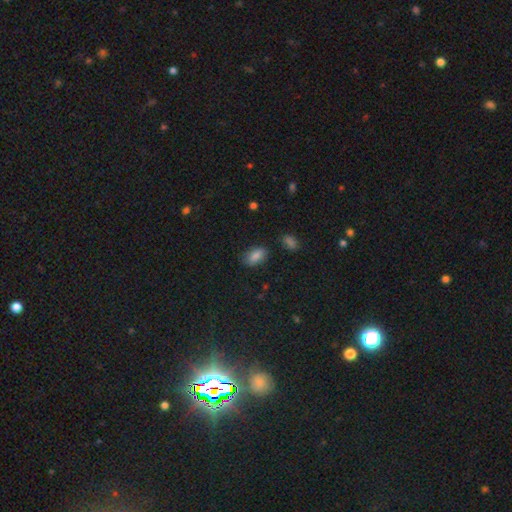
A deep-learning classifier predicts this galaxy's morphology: A smooth galaxy with no disk features (84%) that is in between round and cigar-shaped (91%).

Vote fractions:
- Smooth or featured? smooth: 84% / star or artifact: 9% / featured or disk: 7%
- How rounded? in between: 91% / round: 5% / cigar-shaped: 3%
- Merging? none: 80% / minor disturbance: 14% / major disturbance: 3% / merger: 3%